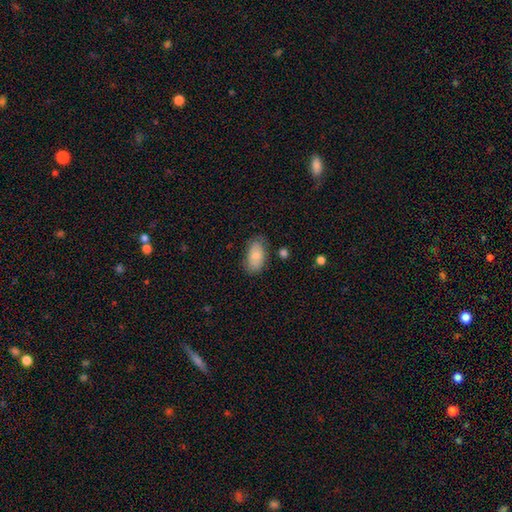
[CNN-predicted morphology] The model was most divided on "merging": none: 74%, minor disturbance: 19%, major disturbance: 5%, merger: 2%. More confident: how rounded — in between (93%); smooth or featured — smooth (81%).